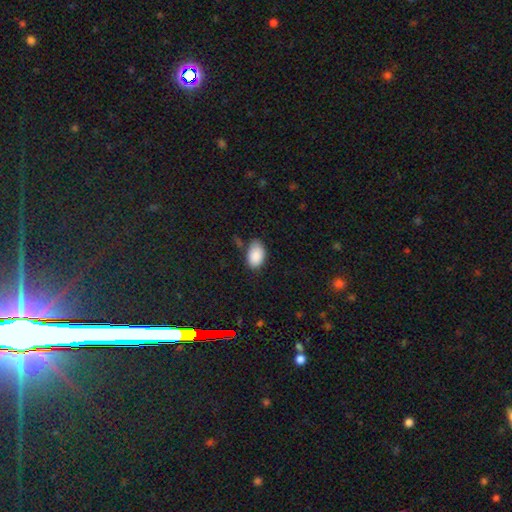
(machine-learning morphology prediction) type=smooth (88%); roundness=in between (91%); merging=none (68%).